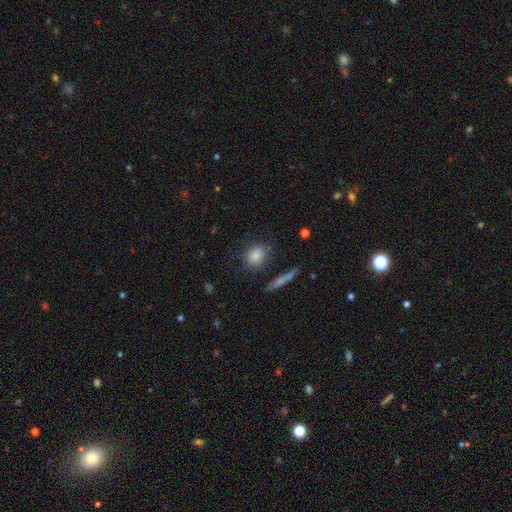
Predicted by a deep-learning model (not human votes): This is clearly a smooth galaxy (81%). How rounded: likely round (67%). Merging: likely none (75%).